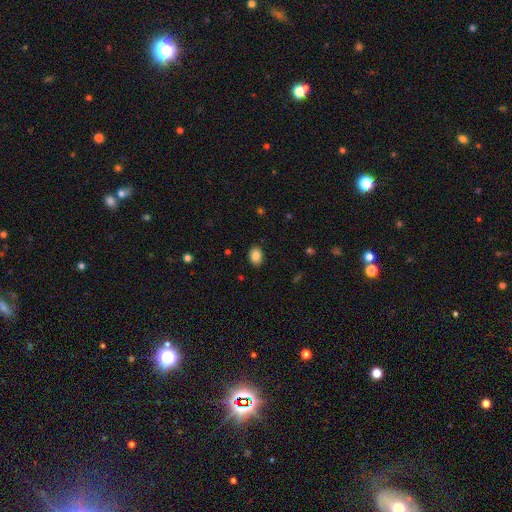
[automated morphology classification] smooth-or-featured: smooth: 86% | star or artifact: 9% | featured or disk: 5%
  how-rounded: in between: 69% | round: 30% | cigar-shaped: 1%
  merging: none: 89% | minor disturbance: 8% | major disturbance: 2% | merger: 1%